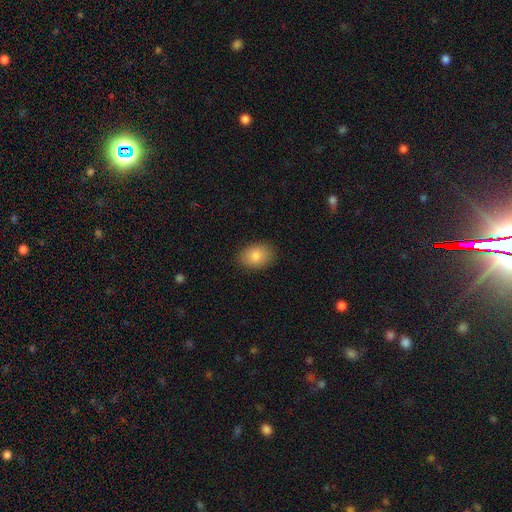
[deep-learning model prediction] This is clearly a smooth galaxy (84%). How rounded: likely in between (80%). Merging: clearly none (89%).